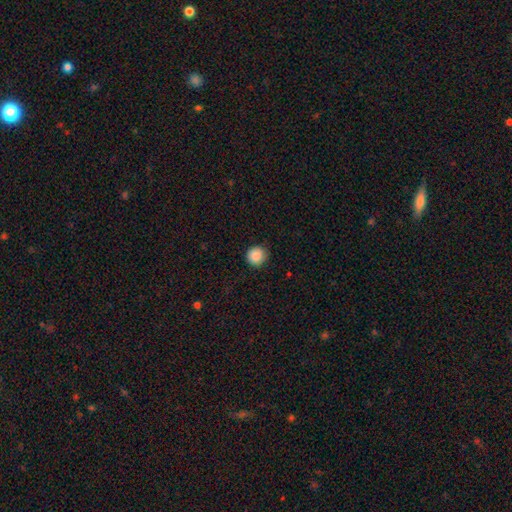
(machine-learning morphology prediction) Smooth or featured? smooth (88%)
How rounded? round (94%)
Merging? none (85%)